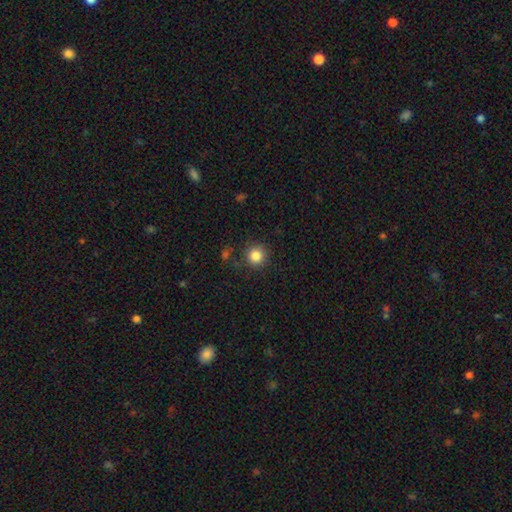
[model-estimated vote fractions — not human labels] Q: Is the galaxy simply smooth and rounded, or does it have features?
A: smooth — 84%.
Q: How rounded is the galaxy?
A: round — 94%.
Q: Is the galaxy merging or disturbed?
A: none — 87%.